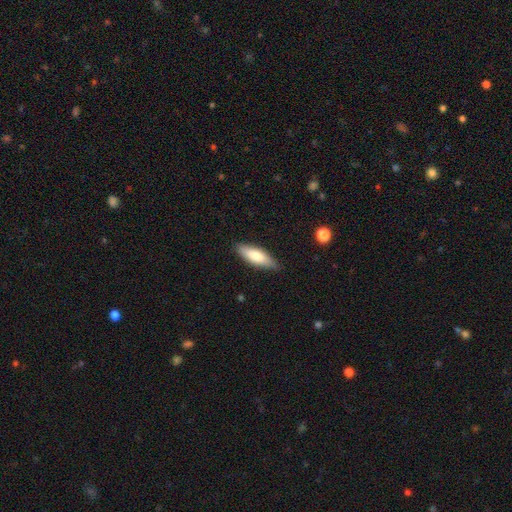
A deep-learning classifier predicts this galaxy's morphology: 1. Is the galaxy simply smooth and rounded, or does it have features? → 75% smooth, 19% featured or disk, 6% star or artifact.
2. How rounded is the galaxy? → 58% in between, 41% cigar-shaped, 2% round.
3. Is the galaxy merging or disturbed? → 81% none, 15% minor disturbance, 2% major disturbance, 1% merger.